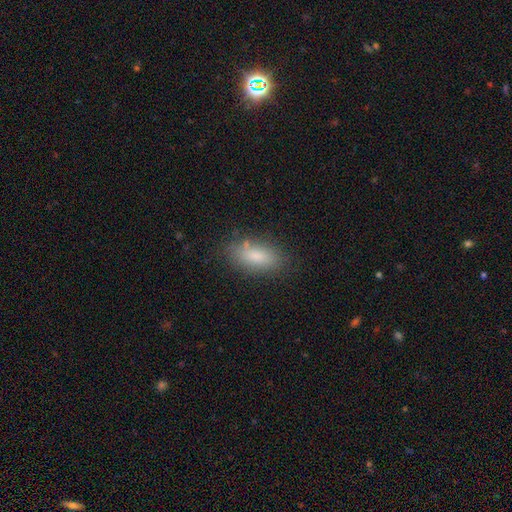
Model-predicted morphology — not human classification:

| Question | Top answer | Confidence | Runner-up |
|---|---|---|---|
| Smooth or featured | smooth | 82% | featured or disk (10%) |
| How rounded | in between | 87% | cigar-shaped (10%) |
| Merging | none | 77% | minor disturbance (16%) |